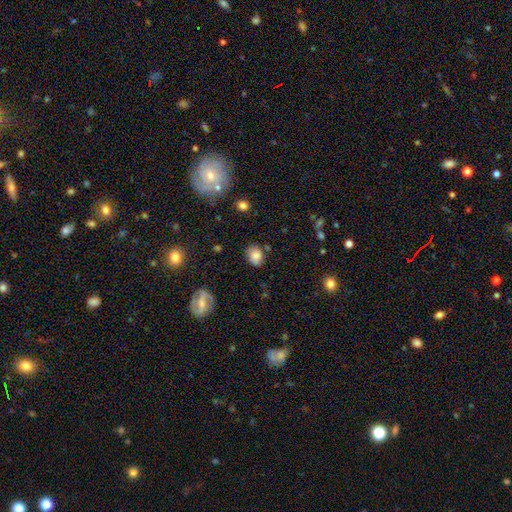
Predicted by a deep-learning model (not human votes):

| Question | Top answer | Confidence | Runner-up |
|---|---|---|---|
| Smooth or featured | smooth | 72% | featured or disk (17%) |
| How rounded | round | 51% | in between (48%) |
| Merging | none | 68% | minor disturbance (22%) |